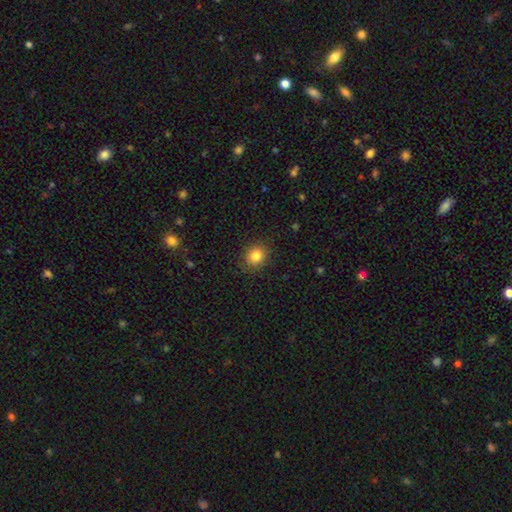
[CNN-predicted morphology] A smooth galaxy with no disk features (83%) that is round (68%).

Vote fractions:
- Smooth or featured? smooth: 83% / star or artifact: 11% / featured or disk: 6%
- How rounded? round: 68% / in between: 31% / cigar-shaped: 1%
- Merging? none: 88% / minor disturbance: 9% / major disturbance: 2% / merger: 1%